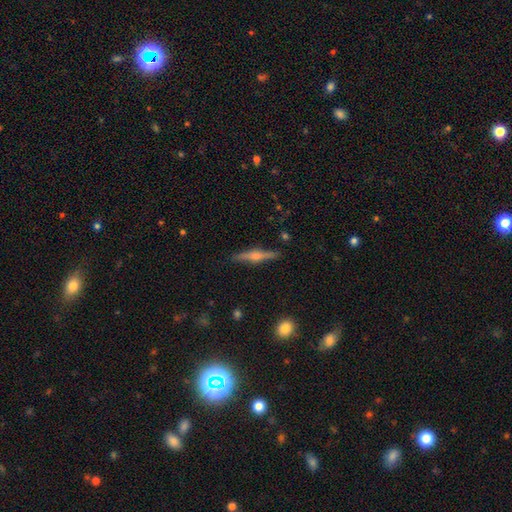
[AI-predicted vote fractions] Morphology: type=featured or disk (73%); edge-on=yes (98%); edge-on bulge=rounded (87%); merging=none (90%).